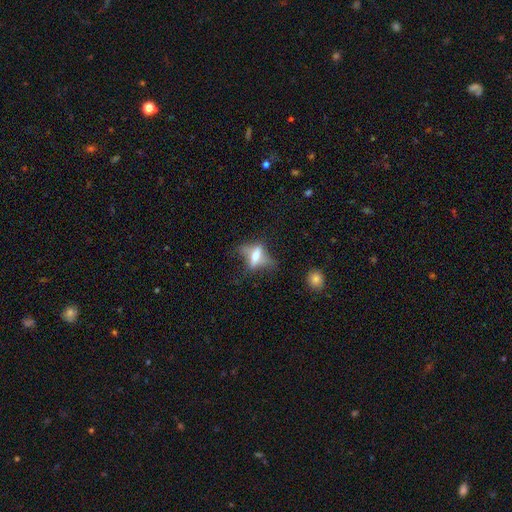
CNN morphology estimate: The model was most divided on "smooth or featured": featured or disk: 51%, smooth: 37%, star or artifact: 12%. Remaining: edge-on disk — yes (64%); merging — none (45%).